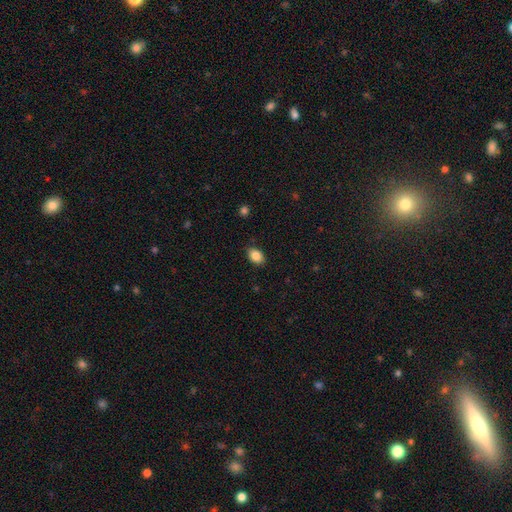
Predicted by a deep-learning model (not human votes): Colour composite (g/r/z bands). It shows a smooth galaxy with no disk features (86%) that is in between round and cigar-shaped (84%). Merging: none (86%).